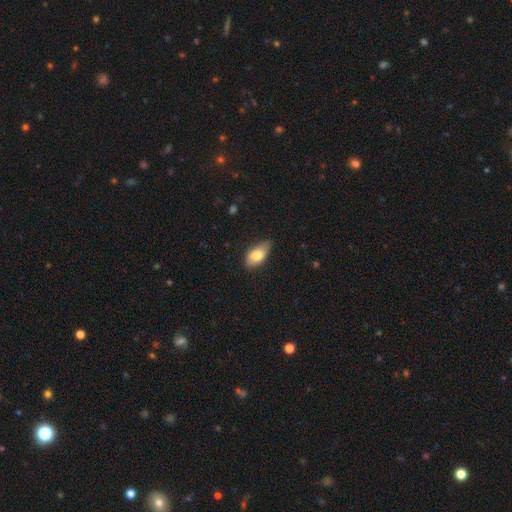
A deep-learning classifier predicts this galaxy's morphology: This appears to be a smooth galaxy with no disk features (77%) that is in between round and cigar-shaped (90%). Merging: none (69%).